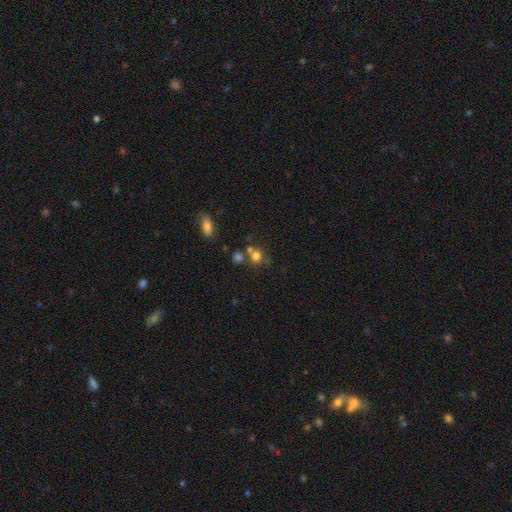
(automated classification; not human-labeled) This is likely a smooth galaxy (74%). How rounded: likely round (79%). Merging: possibly none (52%).